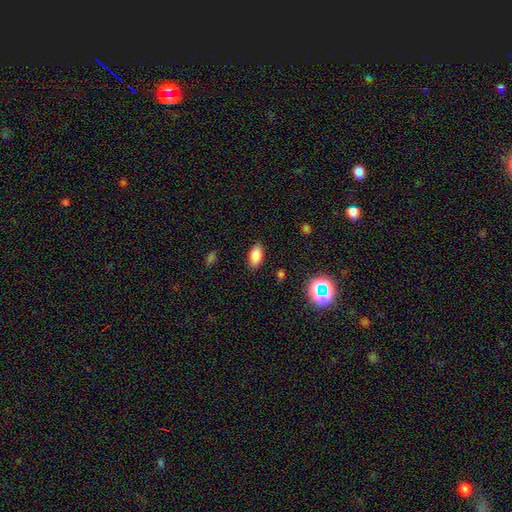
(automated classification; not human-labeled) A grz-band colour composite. It shows a smooth galaxy with no disk features (84%) that is in between round and cigar-shaped (92%). Merging: none (87%).